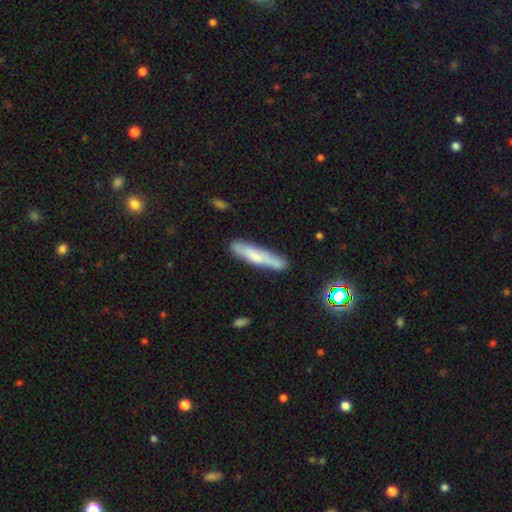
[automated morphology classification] A smooth galaxy with no disk features (60%) that is cigar-shaped (89%). Merging: none (76%).